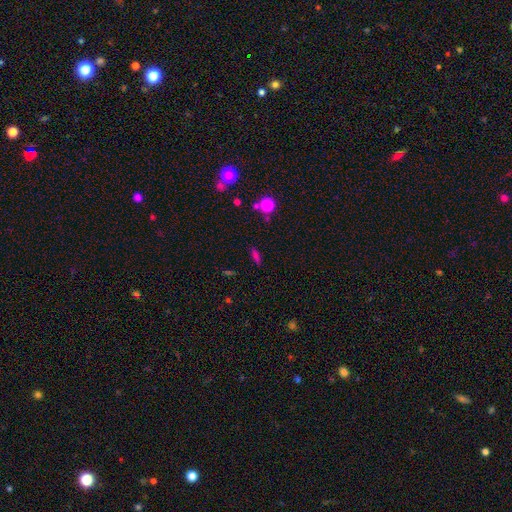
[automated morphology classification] Smooth or featured? smooth (66%)
How rounded? cigar-shaped (49%)
Merging? none (82%)